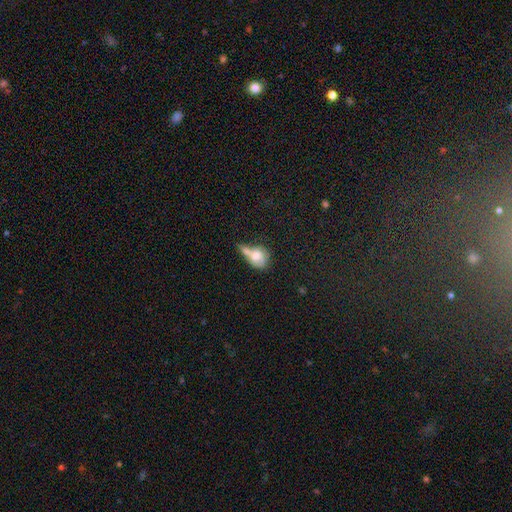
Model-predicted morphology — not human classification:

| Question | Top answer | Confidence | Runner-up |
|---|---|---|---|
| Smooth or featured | smooth | 69% | featured or disk (22%) |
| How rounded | round | 50% | in between (47%) |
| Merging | merger | 53% | none (19%) |